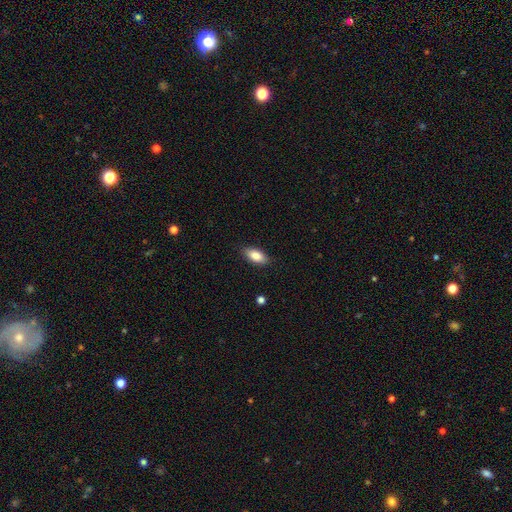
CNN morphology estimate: Smooth or featured? smooth (84%)
How rounded? in between (89%)
Merging? none (87%)